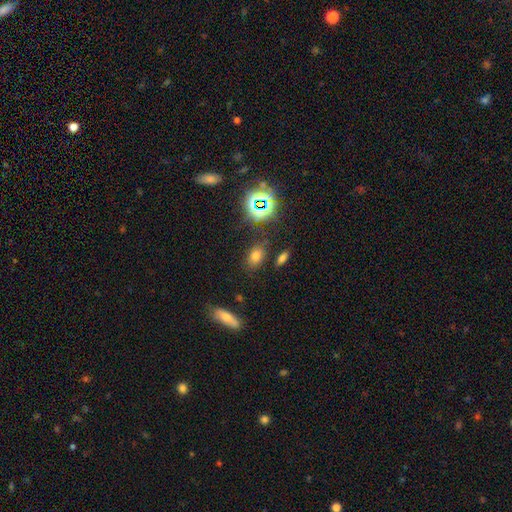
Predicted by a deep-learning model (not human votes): Smooth or featured? Predicted: smooth (p=0.67). How rounded? Predicted: in between (p=0.77). Merging? Predicted: none (p=0.80).